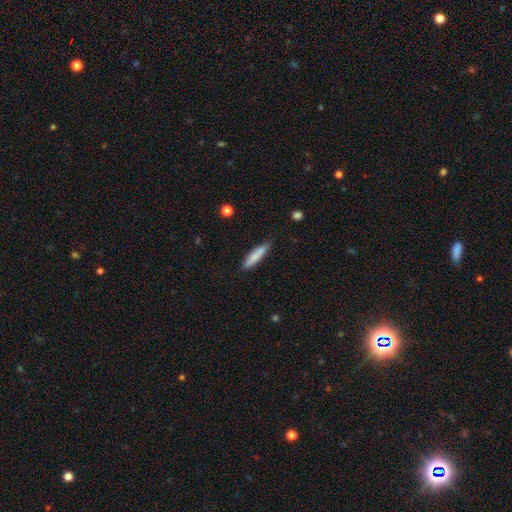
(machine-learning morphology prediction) Smooth or featured? Predicted: smooth (p=0.83). How rounded? Predicted: cigar-shaped (p=0.79). Merging? Predicted: none (p=0.82).